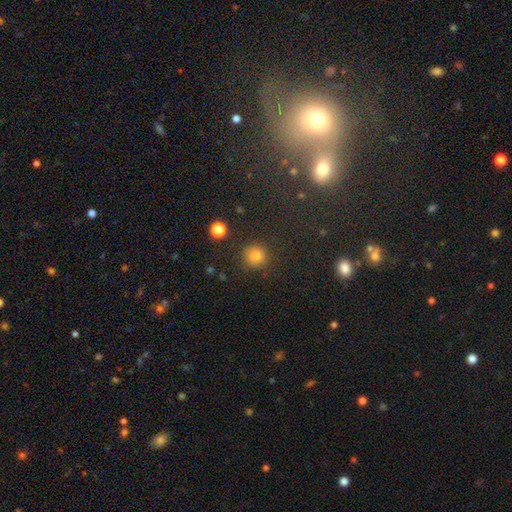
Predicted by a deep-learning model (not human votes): Smooth or featured: smooth — 78% (star or artifact — 17%)
How rounded: round — 92% (in between — 7%)
Merging: none — 88% (minor disturbance — 7%)